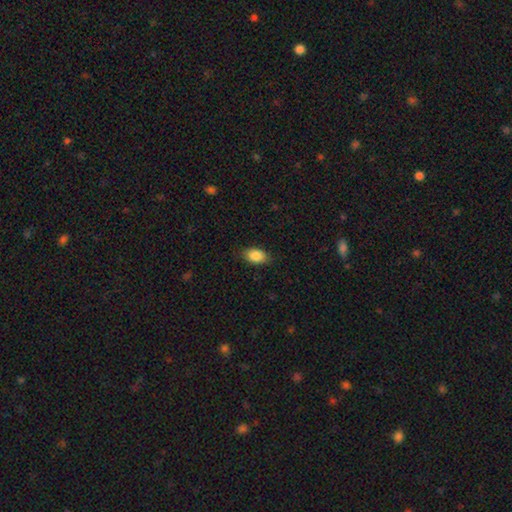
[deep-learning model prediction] Smooth or featured: smooth — 87% (star or artifact — 7%)
How rounded: in between — 89% (round — 9%)
Merging: none — 84% (minor disturbance — 12%)